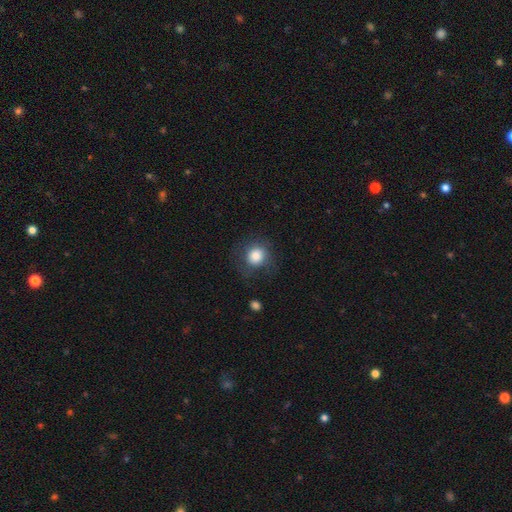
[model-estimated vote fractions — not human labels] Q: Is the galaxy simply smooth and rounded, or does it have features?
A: smooth — 82%.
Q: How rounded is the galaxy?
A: round — 85%.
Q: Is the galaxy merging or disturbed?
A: none — 72%.